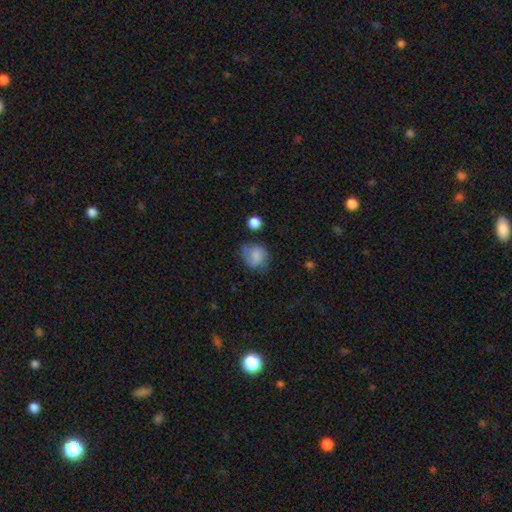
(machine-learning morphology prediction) This is likely a smooth galaxy (71%). How rounded: likely round (64%). Merging: possibly none (54%).